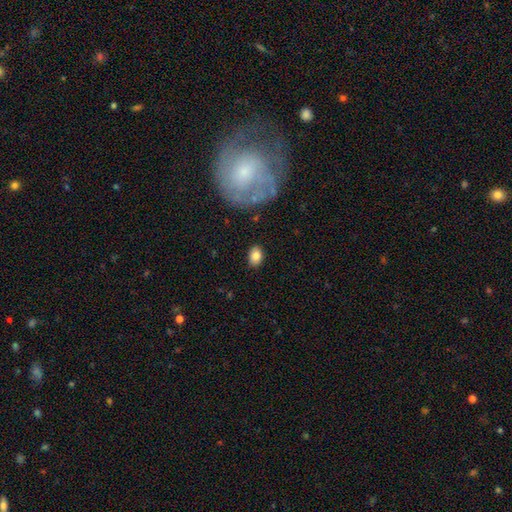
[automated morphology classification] type=smooth (84%); roundness=in between (82%); merging=none (86%).